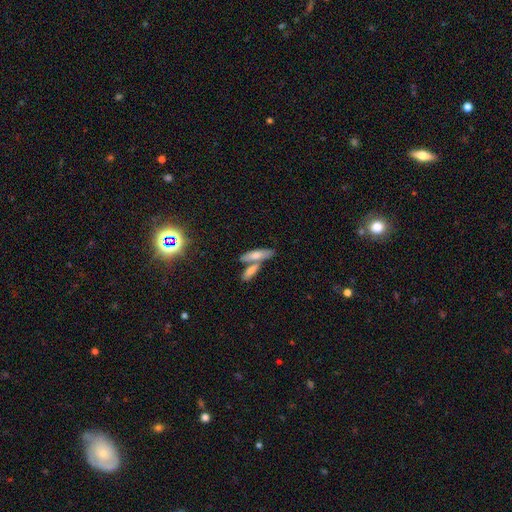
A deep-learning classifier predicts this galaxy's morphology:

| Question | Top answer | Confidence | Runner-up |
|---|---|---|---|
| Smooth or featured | smooth | 66% | featured or disk (26%) |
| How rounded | cigar-shaped | 60% | in between (37%) |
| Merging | none | 46% | merger (42%) |